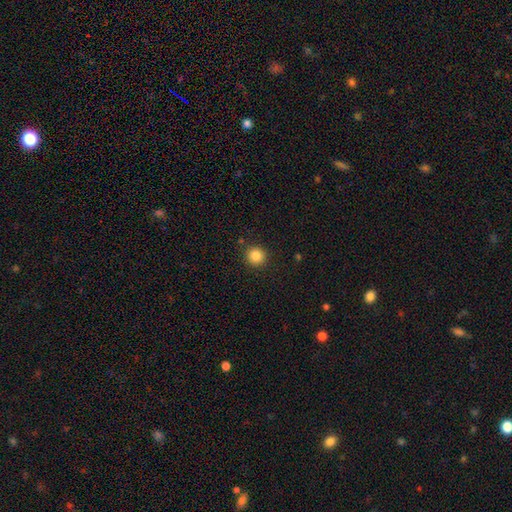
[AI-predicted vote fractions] smooth_or_featured: smooth (p=0.85) [alt: star or artifact p=0.11]
how_rounded: round (p=0.94) [alt: in between p=0.05]
merging: none (p=0.90) [alt: minor disturbance p=0.06]